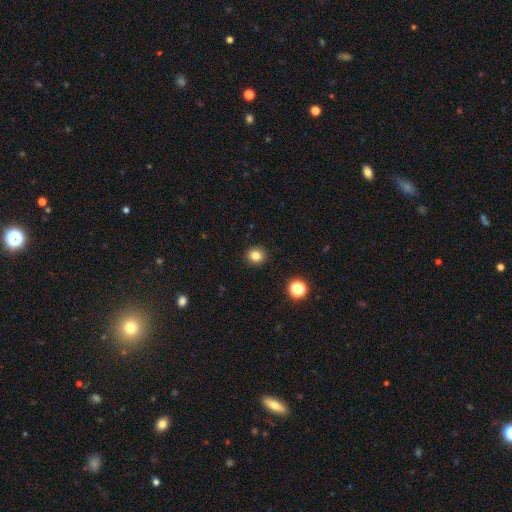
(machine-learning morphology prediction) Smooth or featured? smooth (82%)
How rounded? round (82%)
Merging? none (91%)